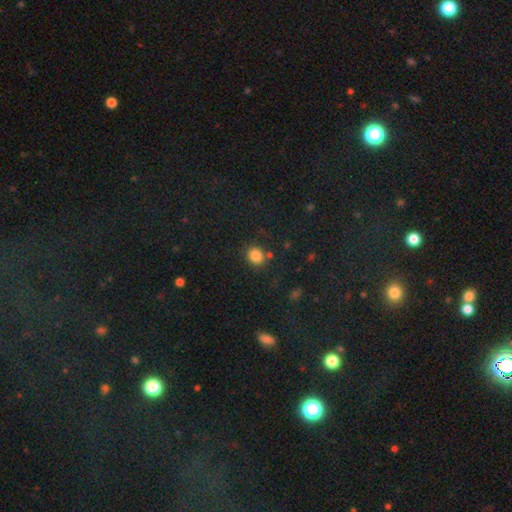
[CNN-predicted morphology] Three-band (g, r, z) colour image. It shows a smooth galaxy with no disk features (83%) that is round (73%). Merging: none (76%).